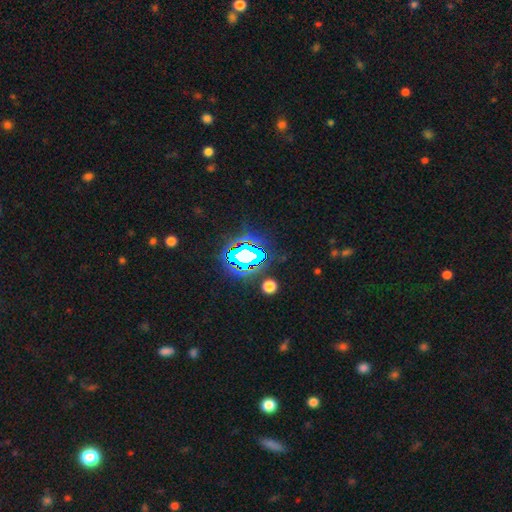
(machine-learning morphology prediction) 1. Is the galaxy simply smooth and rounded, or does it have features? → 80% star or artifact, 12% smooth, 8% featured or disk.